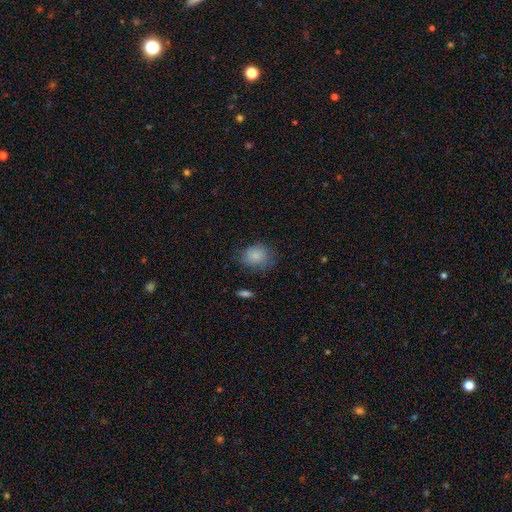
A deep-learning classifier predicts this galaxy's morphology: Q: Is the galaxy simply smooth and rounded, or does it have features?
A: smooth — 83%.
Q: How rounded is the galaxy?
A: round — 54%.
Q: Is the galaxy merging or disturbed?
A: none — 68%.